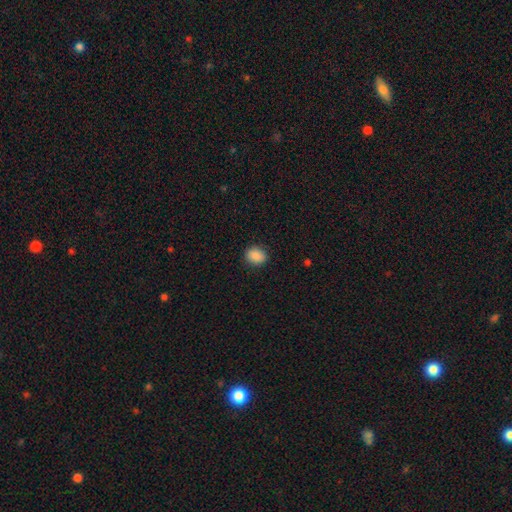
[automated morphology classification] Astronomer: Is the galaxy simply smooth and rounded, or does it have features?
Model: smooth — 88%.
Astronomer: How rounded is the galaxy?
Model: round — 56% (runner-up: in between, 43%).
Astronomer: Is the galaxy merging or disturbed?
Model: none — 88%.